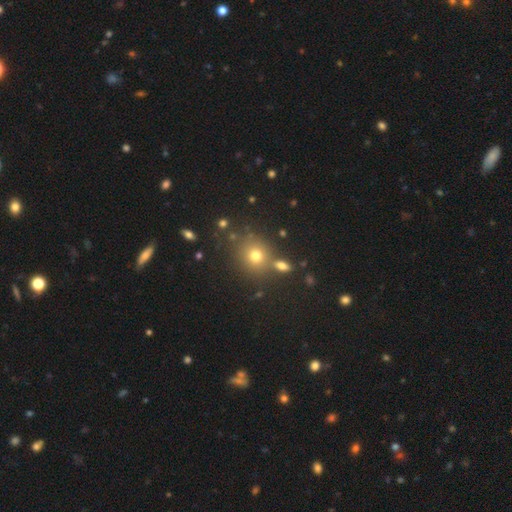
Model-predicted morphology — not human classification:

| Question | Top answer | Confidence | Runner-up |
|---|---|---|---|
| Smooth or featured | smooth | 71% | star or artifact (17%) |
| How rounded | round | 80% | in between (18%) |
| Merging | none | 71% | merger (15%) |